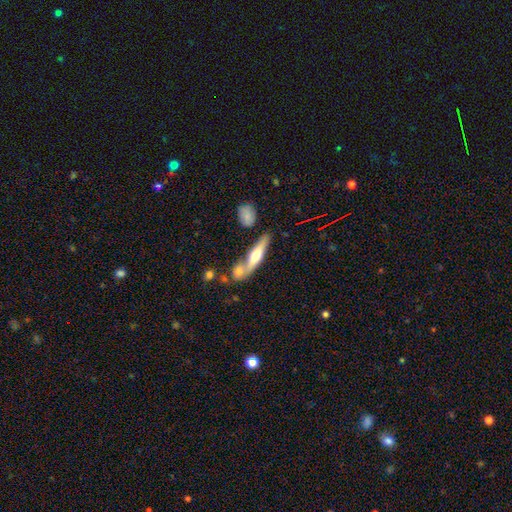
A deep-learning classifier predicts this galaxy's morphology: smooth_or_featured: featured or disk (p=0.49) [alt: smooth p=0.45]
merging: none (p=0.53) [alt: merger p=0.30]